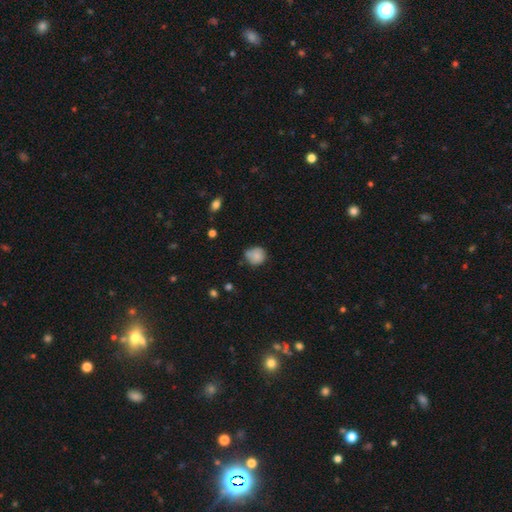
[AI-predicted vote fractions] smooth 80%, featured or disk 11%, star or artifact 9%. Down the decision tree: how rounded — round (79%); merging — none (57%).